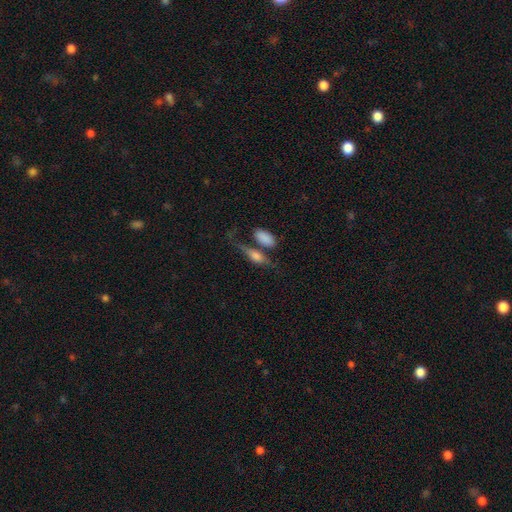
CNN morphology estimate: A smooth galaxy with no disk features (59%) that is in between round and cigar-shaped (65%). Merging: none (47%).